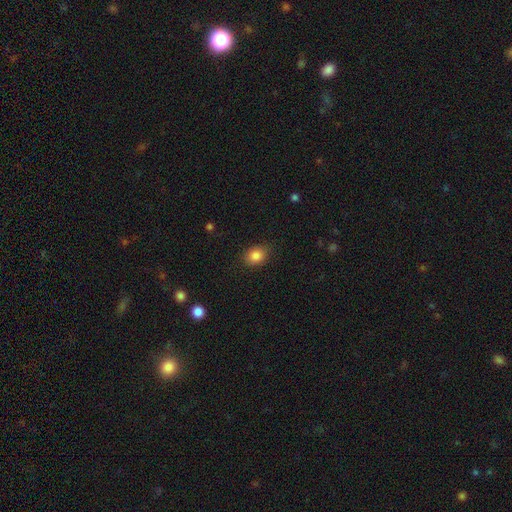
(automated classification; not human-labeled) smooth_or_featured: smooth (p=0.85) [alt: star or artifact p=0.10]
how_rounded: in between (p=0.54) [alt: round p=0.45]
merging: none (p=0.86) [alt: minor disturbance p=0.10]